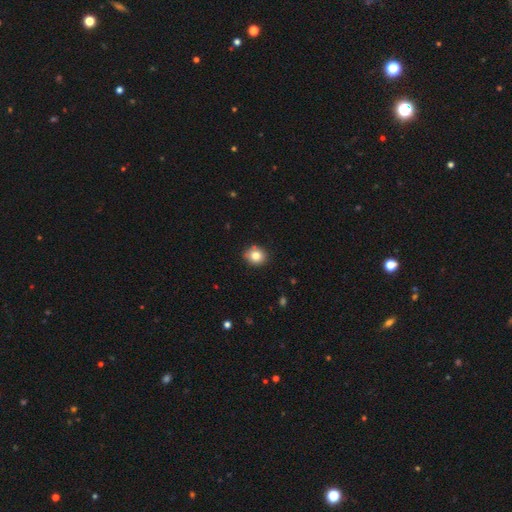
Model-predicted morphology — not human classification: Smooth or featured? smooth (82%)
How rounded? round (76%)
Merging? none (87%)